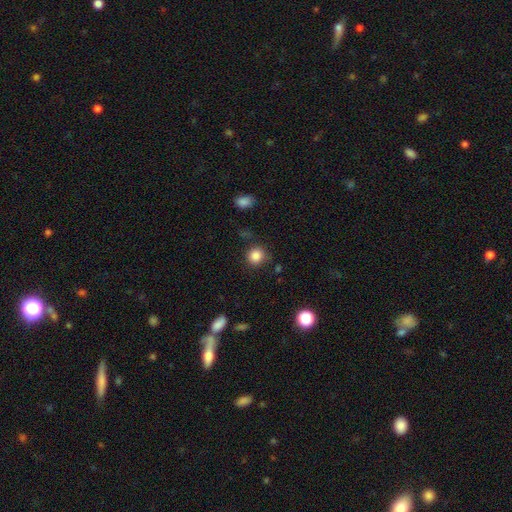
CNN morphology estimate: Q: Smooth or featured?
A: smooth (85%); runner-up: star or artifact (11%)
Q: How rounded?
A: round (89%); runner-up: in between (10%)
Q: Merging?
A: none (82%); runner-up: minor disturbance (11%)